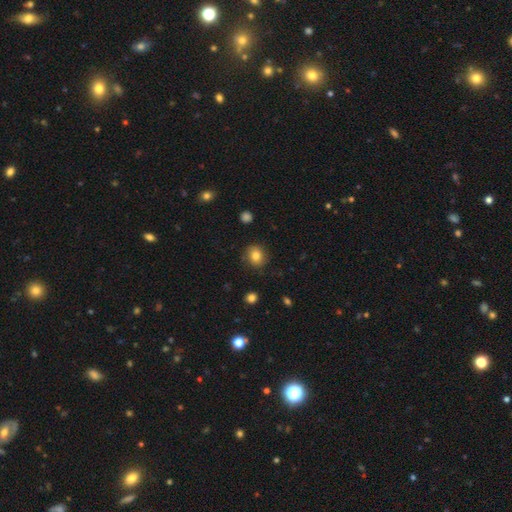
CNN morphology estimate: Overall: smooth (83%). How rounded: round (78%). Merging: none (85%).